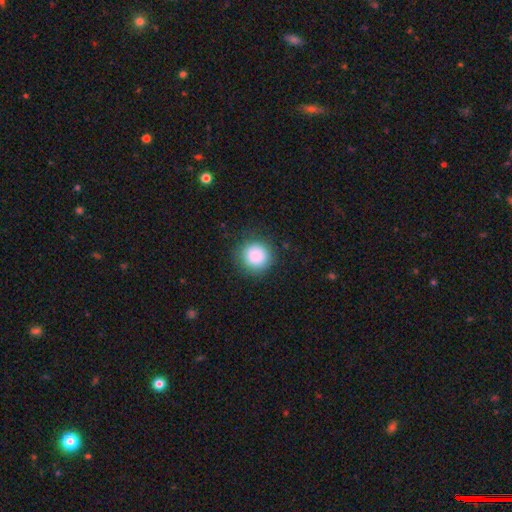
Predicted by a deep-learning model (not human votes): Smooth or featured: smooth — 88% (star or artifact — 9%)
How rounded: round — 94% (in between — 5%)
Merging: none — 87% (minor disturbance — 8%)